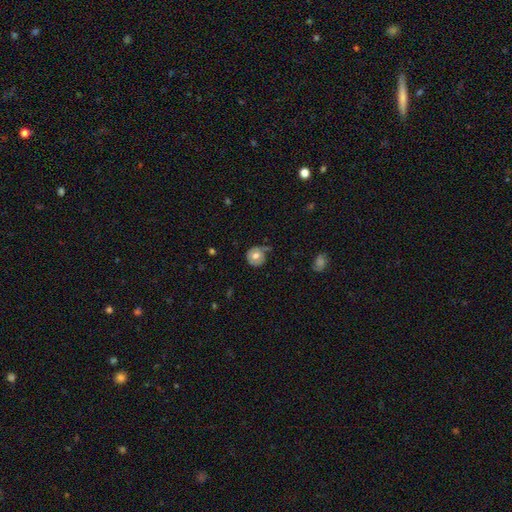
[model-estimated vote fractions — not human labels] A smooth galaxy with no disk features (58%) that is round (88%). Merging: none (59%).